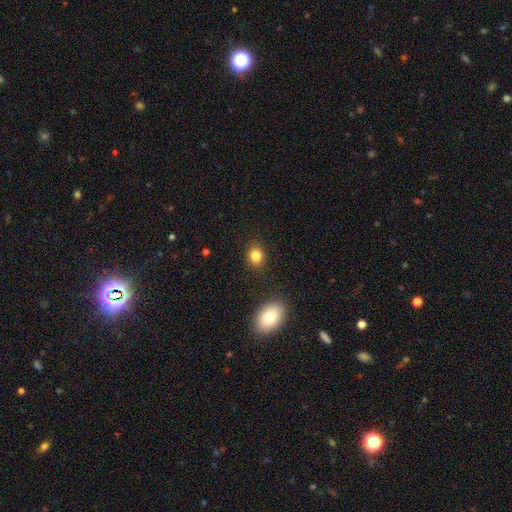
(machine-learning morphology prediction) smooth_or_featured: smooth (p=0.83) [alt: star or artifact p=0.11]
how_rounded: in between (p=0.54) [alt: round p=0.45]
merging: none (p=0.86) [alt: minor disturbance p=0.09]